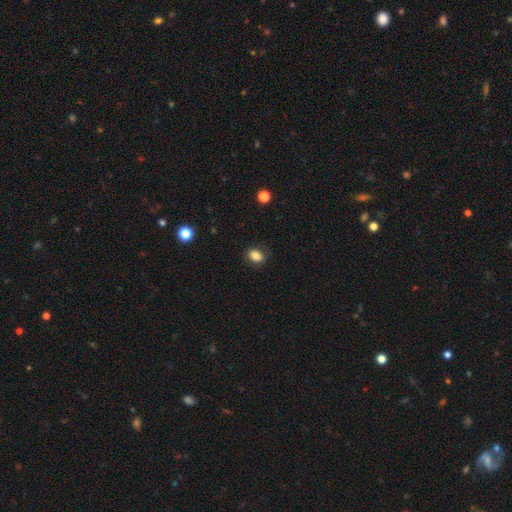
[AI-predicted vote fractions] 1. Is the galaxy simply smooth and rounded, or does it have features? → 84% smooth, 10% star or artifact, 6% featured or disk.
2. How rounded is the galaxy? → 64% in between, 35% round, 1% cigar-shaped.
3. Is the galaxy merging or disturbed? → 85% none, 11% minor disturbance, 3% major disturbance, 1% merger.